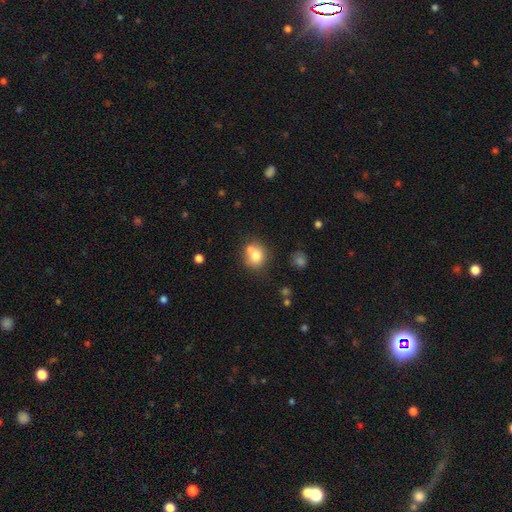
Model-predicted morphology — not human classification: The model was most divided on "merging": none: 46%, merger: 41%, minor disturbance: 10%, major disturbance: 4%. More confident: how rounded — round (78%); smooth or featured — smooth (72%).